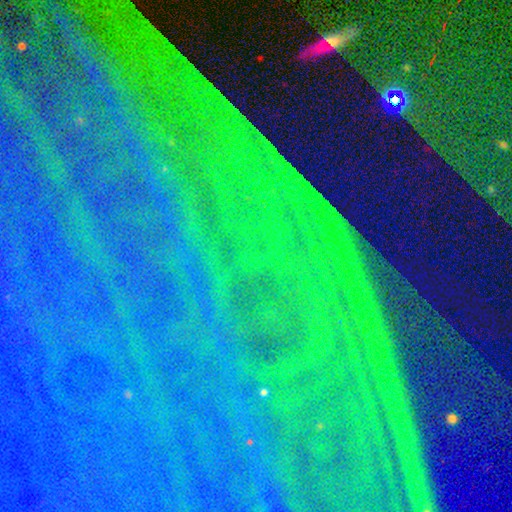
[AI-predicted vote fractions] Smooth or featured? star or artifact (87%)